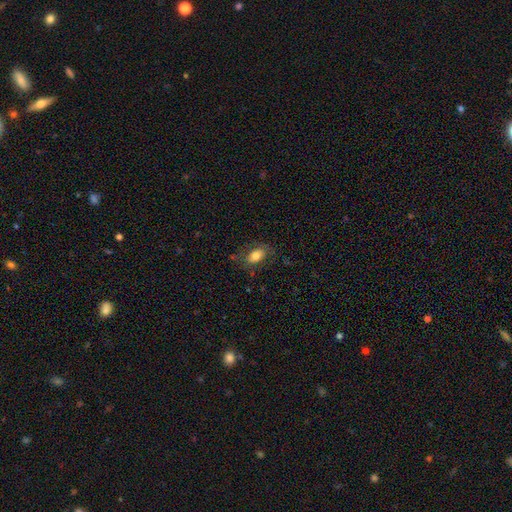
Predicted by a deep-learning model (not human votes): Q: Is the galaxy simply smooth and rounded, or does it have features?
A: smooth — 73%.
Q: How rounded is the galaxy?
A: in between — 89%.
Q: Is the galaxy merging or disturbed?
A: none — 68%.